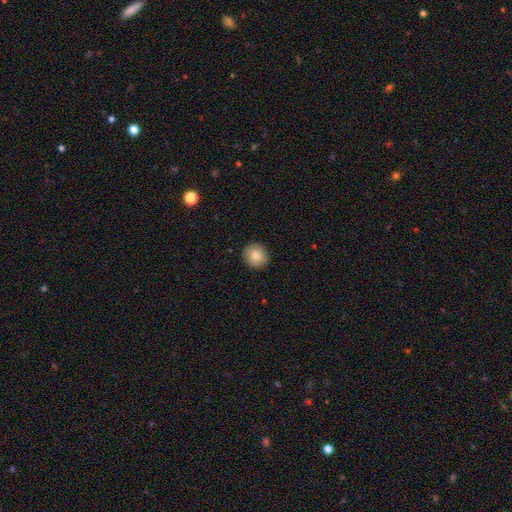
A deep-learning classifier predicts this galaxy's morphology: This is clearly a smooth galaxy (84%). How rounded: clearly round (88%). Merging: clearly none (91%).